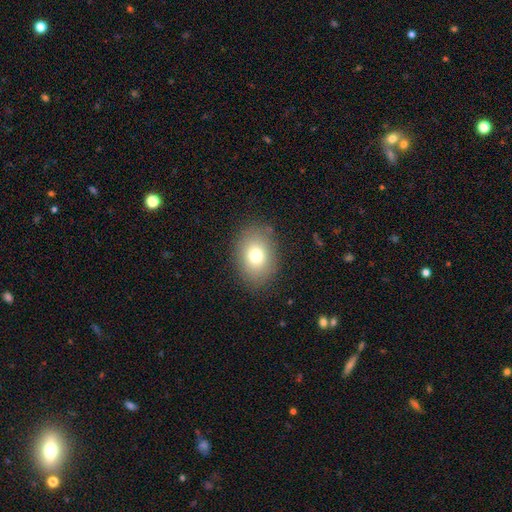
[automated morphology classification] A smooth galaxy with no disk features (75%) that is in between round and cigar-shaped (65%). Merging: none (84%).